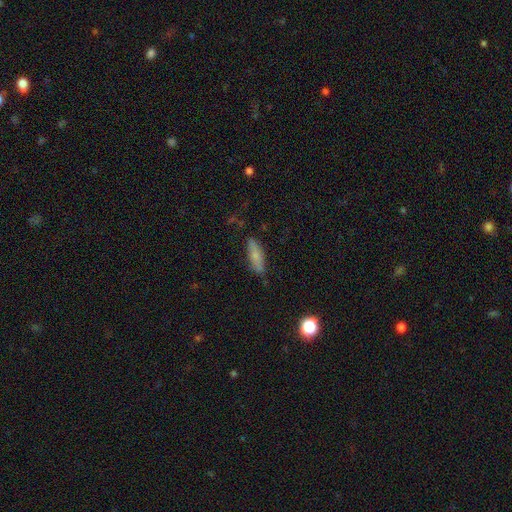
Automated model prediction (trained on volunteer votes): Smooth or featured? Predicted: smooth (p=0.68). How rounded? Predicted: cigar-shaped (p=0.52). Merging? Predicted: none (p=0.78).